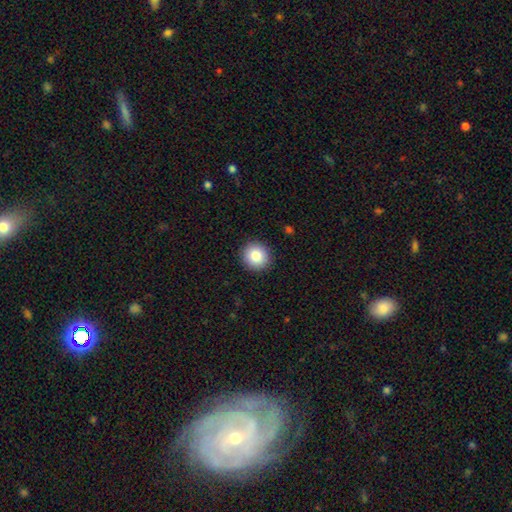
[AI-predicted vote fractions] A smooth galaxy with no disk features (83%) that is round (91%).

Vote fractions:
- Smooth or featured? smooth: 83% / star or artifact: 9% / featured or disk: 7%
- How rounded? round: 91% / in between: 8% / cigar-shaped: 1%
- Merging? none: 92% / minor disturbance: 5% / major disturbance: 2% / merger: 1%